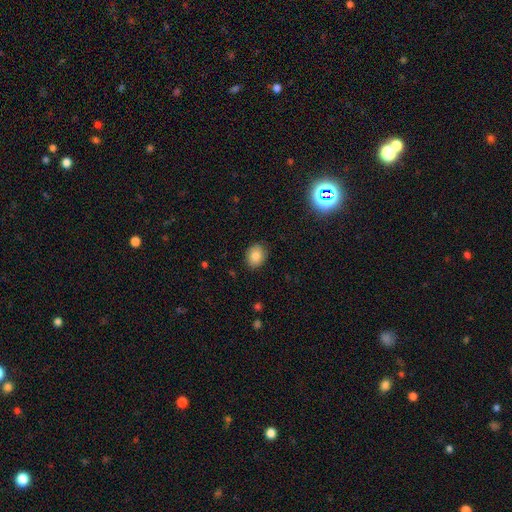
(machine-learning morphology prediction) Smooth or featured? smooth (80%)
How rounded? round (53%)
Merging? none (87%)